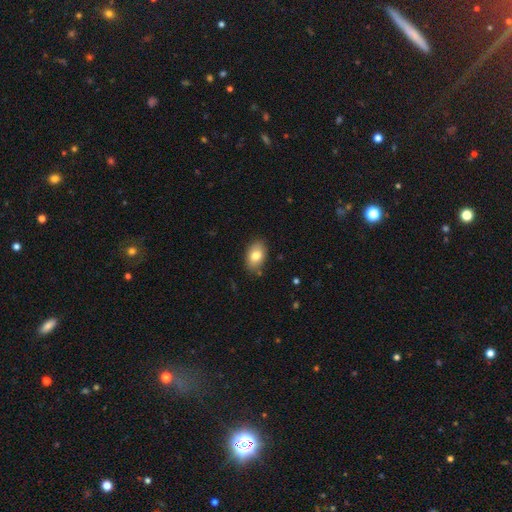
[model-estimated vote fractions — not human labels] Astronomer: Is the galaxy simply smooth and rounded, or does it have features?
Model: smooth — 81%.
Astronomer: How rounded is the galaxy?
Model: in between — 86%.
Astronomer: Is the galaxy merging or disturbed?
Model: none — 84%.